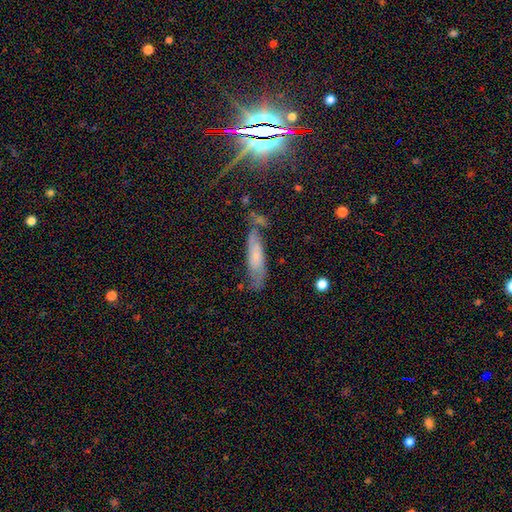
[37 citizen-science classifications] Q: Smooth or featured?
A: smooth (49%); tied with: featured or disk (49%)
Q: How rounded?
A: cigar-shaped (67%); runner-up: in between (33%)
Q: Merging?
A: none (78%); runner-up: minor disturbance (17%)